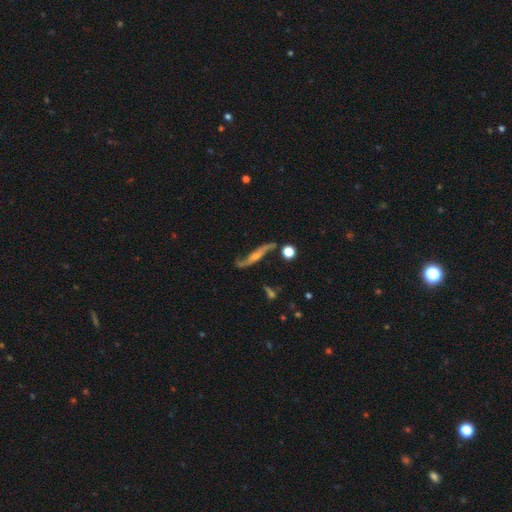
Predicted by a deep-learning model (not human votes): smooth_or_featured: featured or disk (p=0.82) [alt: smooth p=0.10]
disk_edge_on: no (p=0.64) [alt: yes p=0.36]
bar: no (p=0.52) [alt: weak p=0.28]
has_spiral_arms: yes (p=0.93) [alt: no p=0.07]
bulge_size: small (p=0.50) [alt: moderate p=0.34]
merging: none (p=0.66) [alt: minor disturbance p=0.18]